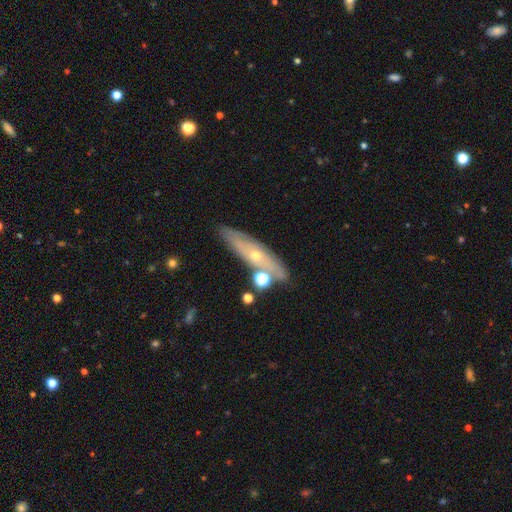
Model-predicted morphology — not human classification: This is possibly a featured or disk galaxy (60%). It is possibly not viewed edge-on (51%). Merging: likely none (75%).